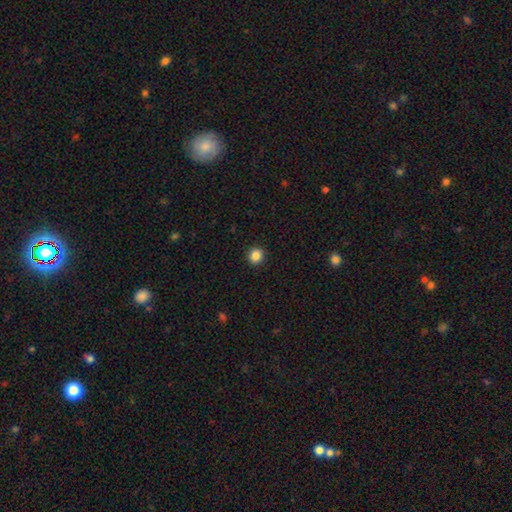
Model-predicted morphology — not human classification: This is clearly a smooth galaxy (86%). How rounded: clearly round (92%). Merging: clearly none (93%).